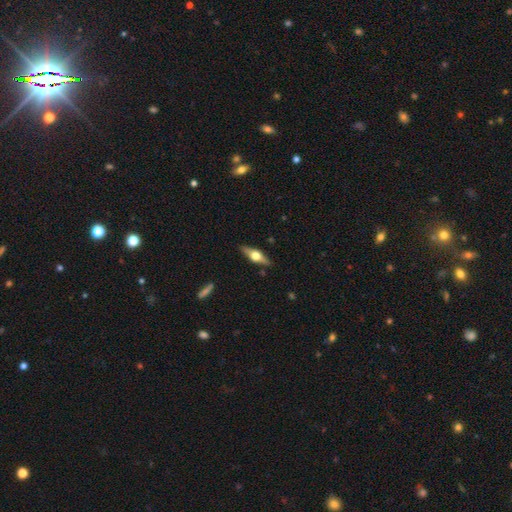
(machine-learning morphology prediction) The model was most divided on "smooth or featured": featured or disk: 67%, smooth: 28%, star or artifact: 6%. More confident: edge-on disk — yes (95%); edge-on bulge — rounded (95%); merging — none (88%).